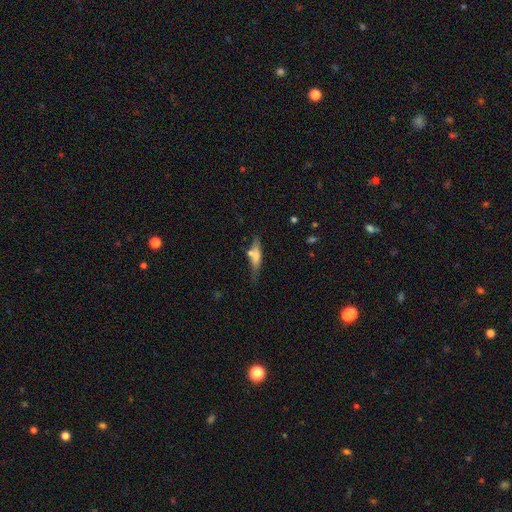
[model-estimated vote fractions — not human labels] This is likely a smooth galaxy (61%). How rounded: likely cigar-shaped (70%). Merging: likely none (63%).